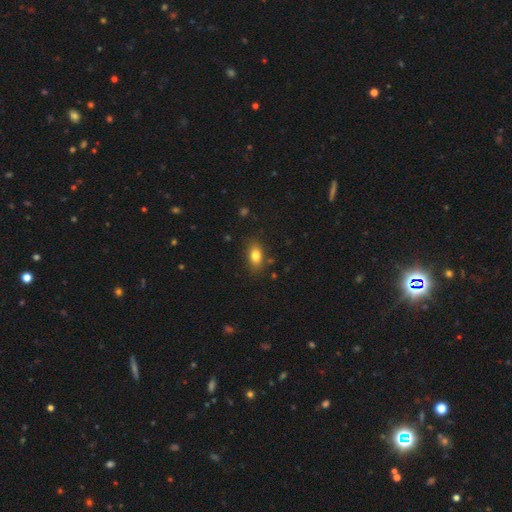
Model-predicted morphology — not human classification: Q: Smooth or featured?
A: smooth (82%); runner-up: star or artifact (9%)
Q: How rounded?
A: in between (83%); runner-up: round (13%)
Q: Merging?
A: none (82%); runner-up: minor disturbance (13%)